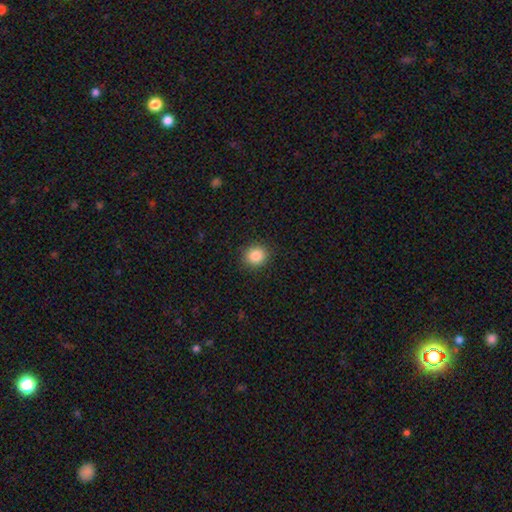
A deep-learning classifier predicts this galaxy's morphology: type=smooth (85%); roundness=round (85%); merging=none (90%).